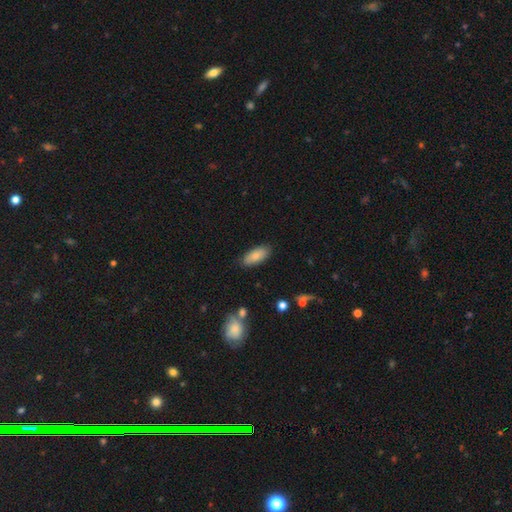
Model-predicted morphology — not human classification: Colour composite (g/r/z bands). It shows a smooth galaxy with no disk features (82%) that is in between round and cigar-shaped (86%). Merging: none (85%).